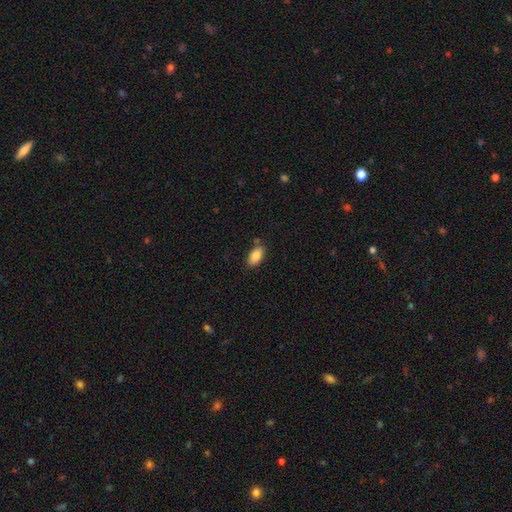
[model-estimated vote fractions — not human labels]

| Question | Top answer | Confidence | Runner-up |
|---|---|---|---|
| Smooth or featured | smooth | 86% | star or artifact (7%) |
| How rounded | in between | 92% | cigar-shaped (5%) |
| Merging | none | 78% | minor disturbance (14%) |